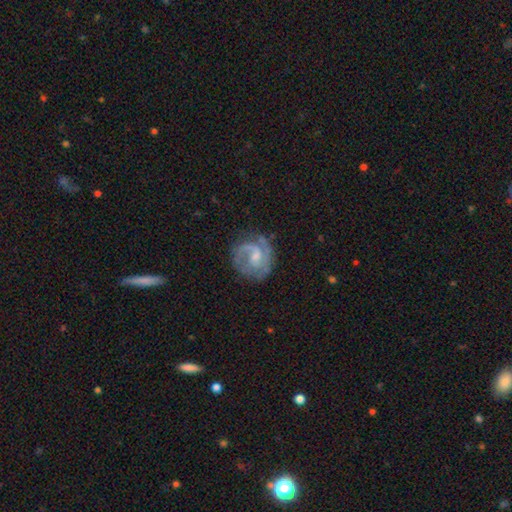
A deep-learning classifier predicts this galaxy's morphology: type=featured or disk (80%); edge-on=no (98%); bar=weak (49%); spiral arms=yes (93%); winding=medium (46%); arm count=2 (55%); bulge=small (46%); merging=none (65%).